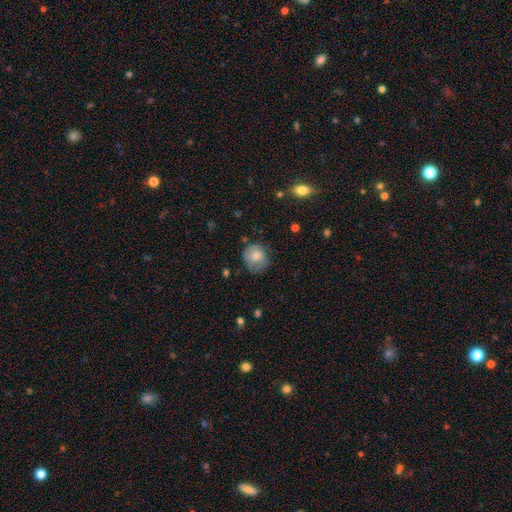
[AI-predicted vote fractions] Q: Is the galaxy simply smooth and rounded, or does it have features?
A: smooth — 74%.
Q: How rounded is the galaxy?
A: round — 82%.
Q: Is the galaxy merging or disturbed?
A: none — 58%.